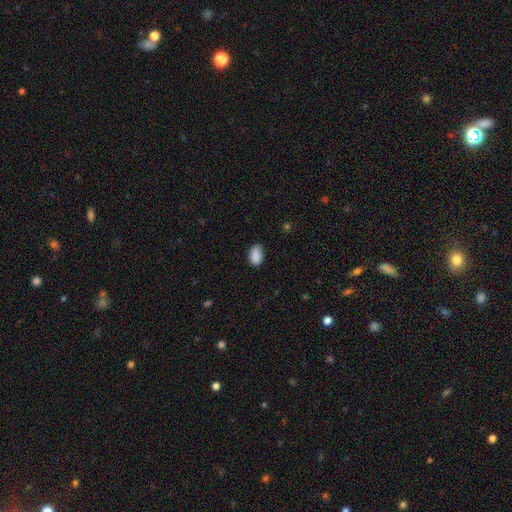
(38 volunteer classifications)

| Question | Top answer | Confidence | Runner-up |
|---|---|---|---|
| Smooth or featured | smooth | 95% | featured or disk (3%) |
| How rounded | in between | 78% | round (19%) |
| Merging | none | 86% | minor disturbance (11%) |